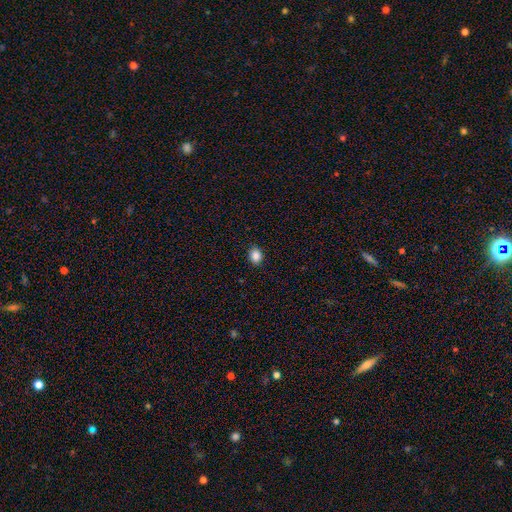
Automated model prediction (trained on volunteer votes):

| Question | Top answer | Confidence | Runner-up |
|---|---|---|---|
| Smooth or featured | smooth | 86% | star or artifact (10%) |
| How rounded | in between | 50% | round (49%) |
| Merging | none | 90% | minor disturbance (7%) |